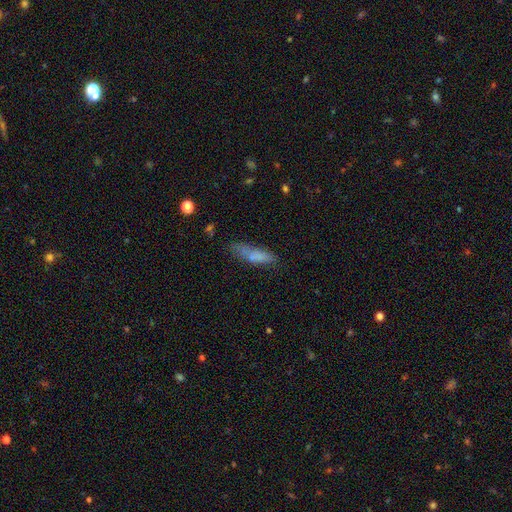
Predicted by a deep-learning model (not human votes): A smooth galaxy with no disk features (71%) that is cigar-shaped (63%). Merging: none (52%).